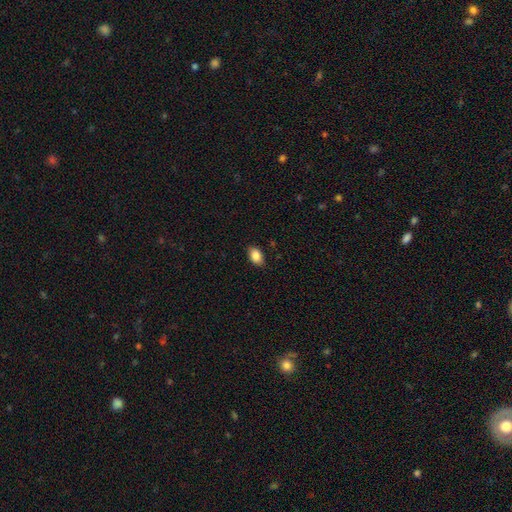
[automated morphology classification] Smooth or featured? Predicted: smooth (p=0.87). How rounded? Predicted: in between (p=0.86). Merging? Predicted: none (p=0.85).